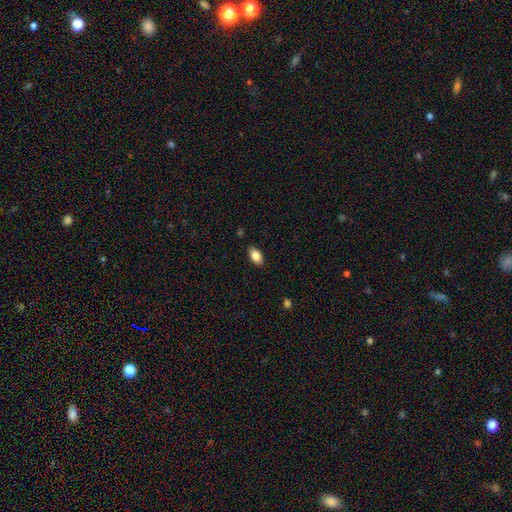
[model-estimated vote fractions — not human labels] smooth 84%, featured or disk 8%, star or artifact 8%. Down the decision tree: how rounded — in between (91%); merging — none (86%).